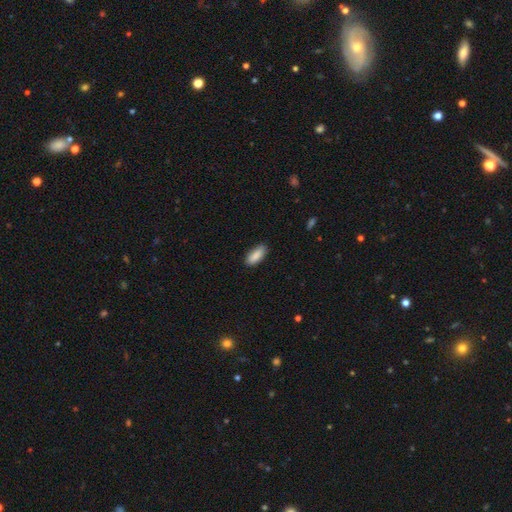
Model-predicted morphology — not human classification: Smooth or featured? Predicted: smooth (p=0.88). How rounded? Predicted: in between (p=0.76). Merging? Predicted: none (p=0.83).